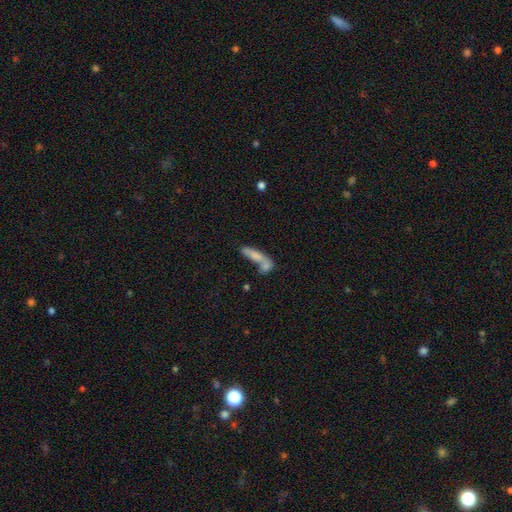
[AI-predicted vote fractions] A smooth galaxy with no disk features (72%) that is cigar-shaped (58%). Merging: merger (54%).